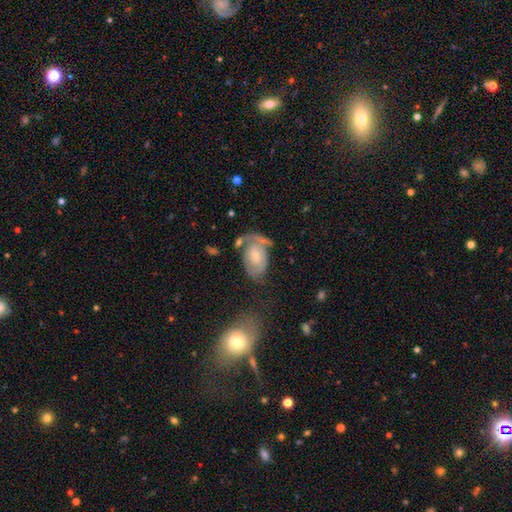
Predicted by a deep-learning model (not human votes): Smooth or featured? Predicted: featured or disk (p=0.58). Edge-on disk? Predicted: no (p=0.95). Bar? Predicted: no (p=0.63). Spiral arms? Predicted: yes (p=0.74). Bulge size? Predicted: small (p=0.41). Merging? Predicted: none (p=0.40).